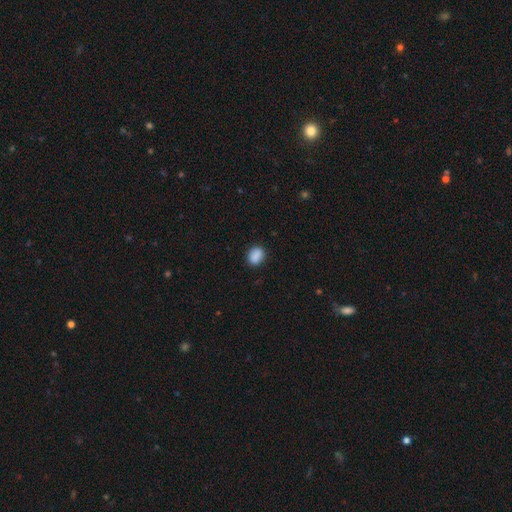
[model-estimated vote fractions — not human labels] smooth 88%, star or artifact 8%, featured or disk 4%. Down the decision tree: how rounded — in between (54%); merging — none (85%).